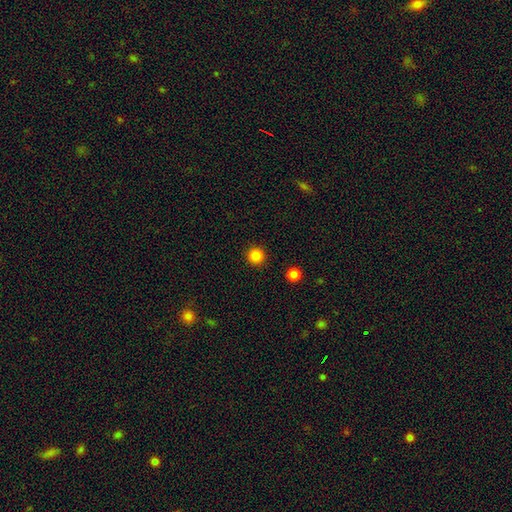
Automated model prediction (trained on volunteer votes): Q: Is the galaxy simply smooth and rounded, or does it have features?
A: smooth — 84%.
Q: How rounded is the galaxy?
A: round — 95%.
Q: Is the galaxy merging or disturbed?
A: none — 93%.